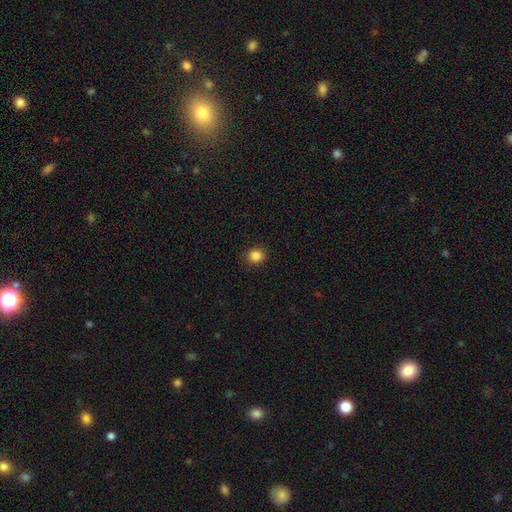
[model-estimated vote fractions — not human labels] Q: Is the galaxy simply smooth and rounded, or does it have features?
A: smooth — 86%.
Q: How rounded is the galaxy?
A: round — 77%.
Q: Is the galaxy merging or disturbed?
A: none — 90%.